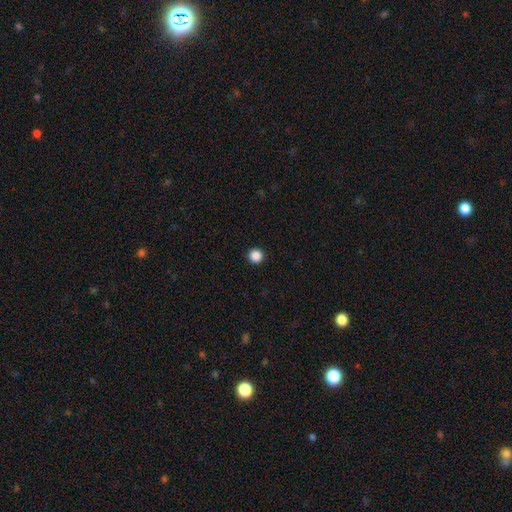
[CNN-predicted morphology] smooth 87%, star or artifact 10%, featured or disk 2%. Down the decision tree: how rounded — round (97%); merging — none (94%).